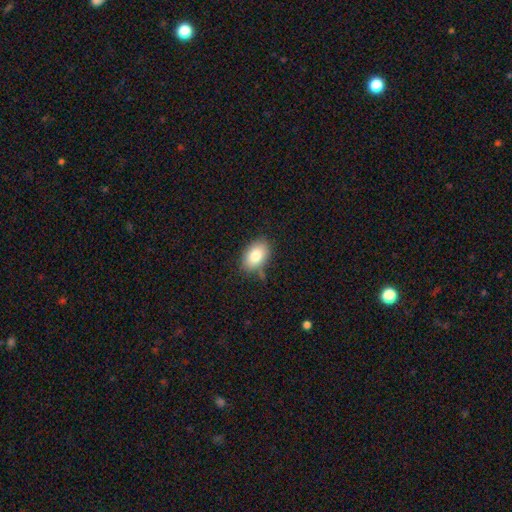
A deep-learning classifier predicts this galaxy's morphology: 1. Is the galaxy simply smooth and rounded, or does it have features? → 83% smooth, 10% featured or disk, 8% star or artifact.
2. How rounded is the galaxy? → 90% in between, 9% round, 1% cigar-shaped.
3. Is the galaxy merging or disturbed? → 76% none, 17% minor disturbance, 4% major disturbance, 3% merger.